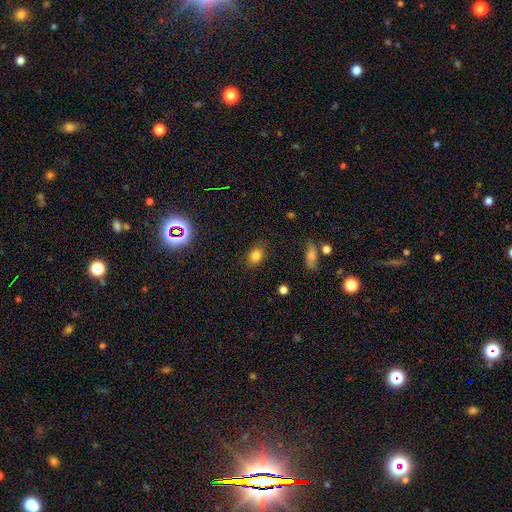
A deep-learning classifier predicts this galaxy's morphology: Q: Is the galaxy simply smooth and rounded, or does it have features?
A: smooth — 81%.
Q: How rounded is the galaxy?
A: in between — 53%.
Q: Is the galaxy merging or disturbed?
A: none — 82%.